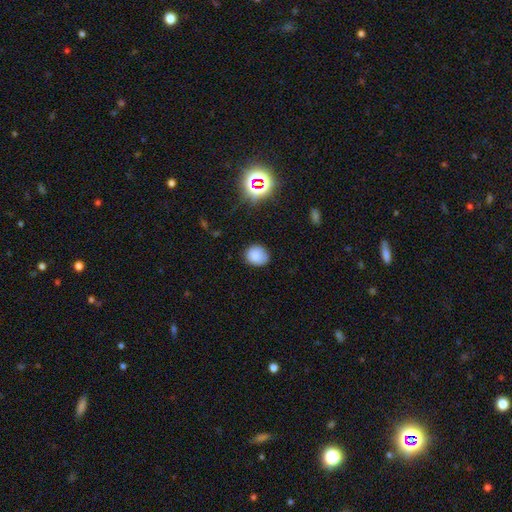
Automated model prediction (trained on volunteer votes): A smooth galaxy with no disk features (80%) that is round (72%).

Vote fractions:
- Smooth or featured? smooth: 80% / star or artifact: 13% / featured or disk: 7%
- How rounded? round: 72% / in between: 27% / cigar-shaped: 1%
- Merging? none: 81% / minor disturbance: 15% / major disturbance: 3% / merger: 1%